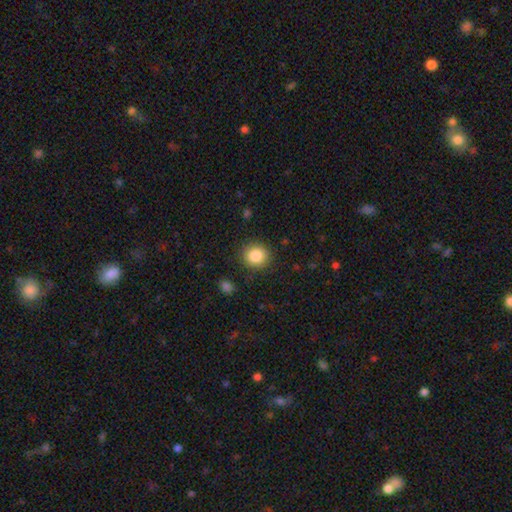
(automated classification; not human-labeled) A smooth galaxy with no disk features (86%) that is round (84%). Merging: none (88%).